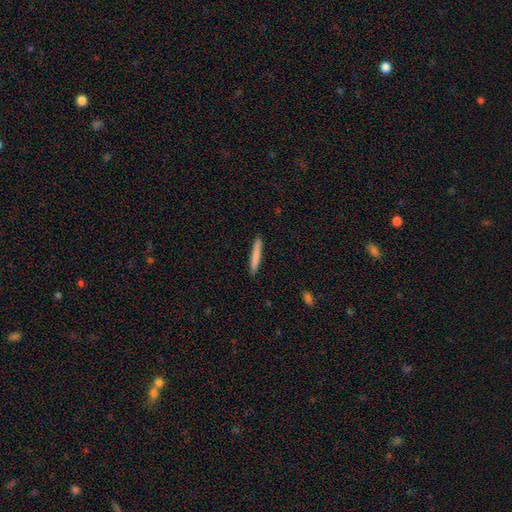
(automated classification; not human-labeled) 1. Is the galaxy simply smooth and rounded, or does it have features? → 80% smooth, 14% featured or disk, 6% star or artifact.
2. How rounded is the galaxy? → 95% cigar-shaped, 4% in between, 1% round.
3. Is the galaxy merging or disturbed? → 91% none, 6% minor disturbance, 1% major disturbance, 1% merger.